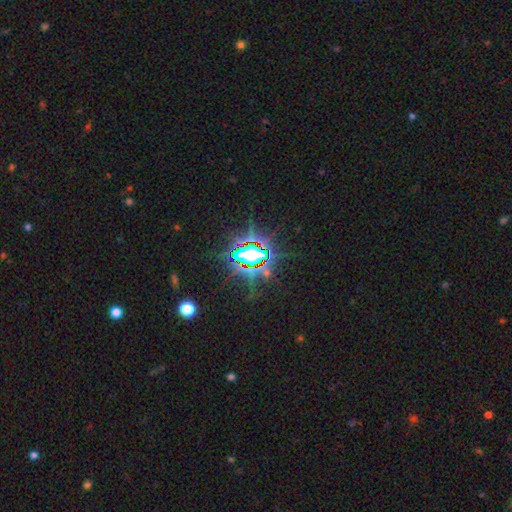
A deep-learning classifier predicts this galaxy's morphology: star or artifact 81%, featured or disk 11%, smooth 8%.